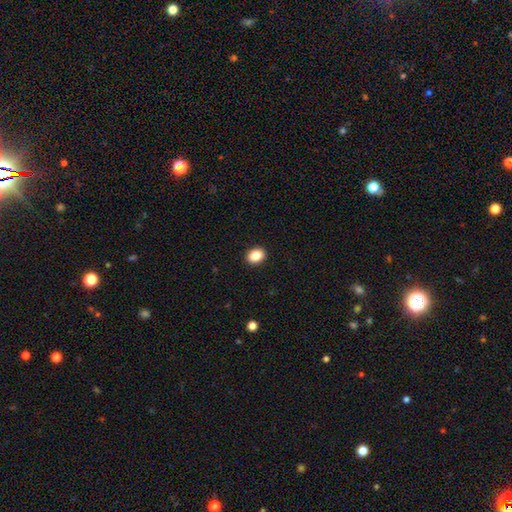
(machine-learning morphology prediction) Q: Smooth or featured?
A: smooth (86%); runner-up: star or artifact (9%)
Q: How rounded?
A: in between (58%); runner-up: round (41%)
Q: Merging?
A: none (92%); runner-up: minor disturbance (5%)